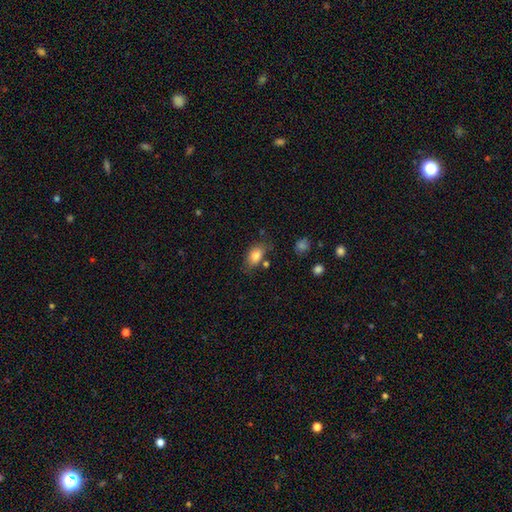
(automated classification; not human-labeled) A smooth galaxy with no disk features (82%) that is in between round and cigar-shaped (87%). Merging: none (67%).